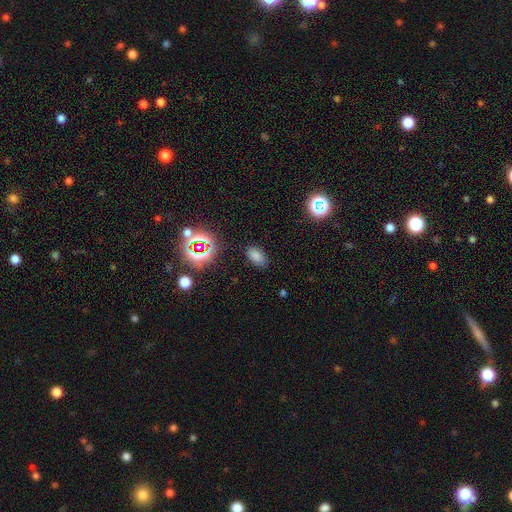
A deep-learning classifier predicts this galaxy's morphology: The model was most divided on "smooth or featured": smooth: 72%, star or artifact: 22%, featured or disk: 6%. More confident: how rounded — in between (91%); merging — none (83%).